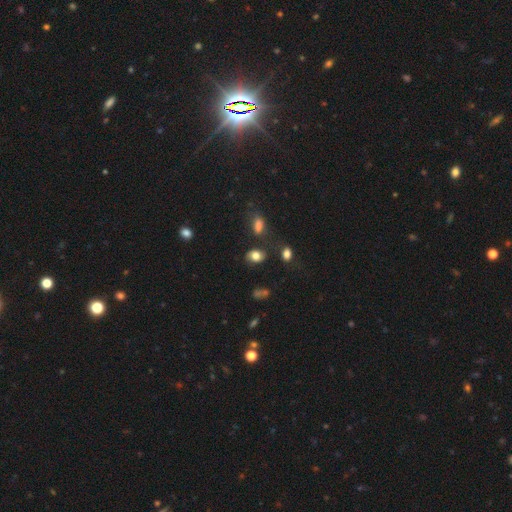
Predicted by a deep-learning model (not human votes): Morphology: type=smooth (76%); roundness=in between (66%); merging=none (67%).